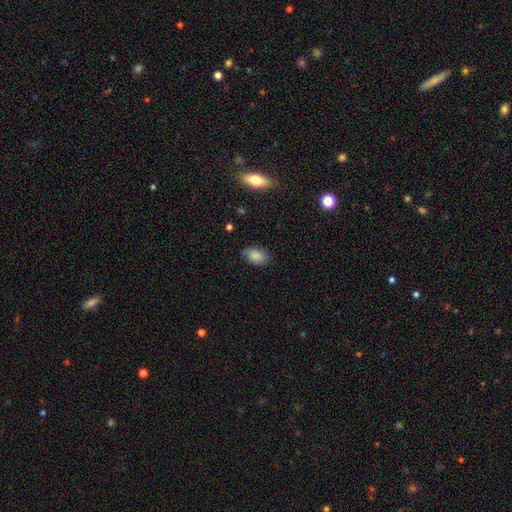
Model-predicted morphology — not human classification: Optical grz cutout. It shows a smooth galaxy with no disk features (86%) that is in between round and cigar-shaped (91%). Merging: none (78%).